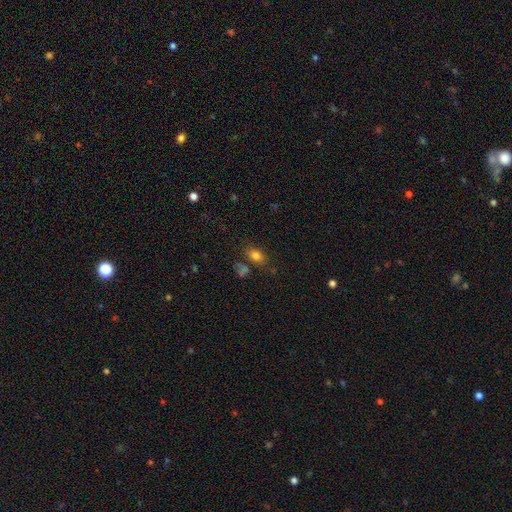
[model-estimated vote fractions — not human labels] The model was most divided on "how rounded": in between: 73%, round: 25%, cigar-shaped: 2%. More confident: smooth or featured — smooth (78%); merging — none (73%).